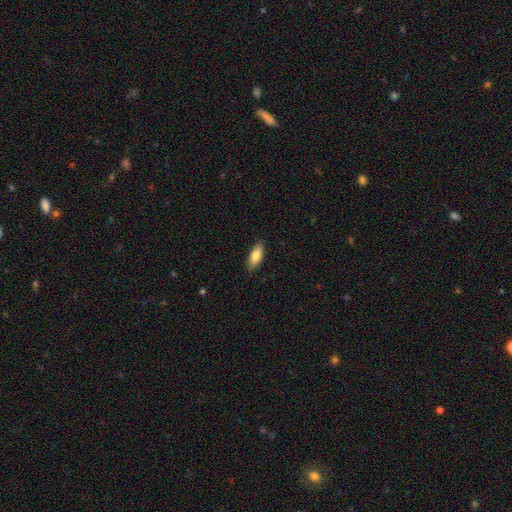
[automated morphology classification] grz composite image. It shows a smooth galaxy with no disk features (82%) that is in between round and cigar-shaped (79%). Merging: none (86%).